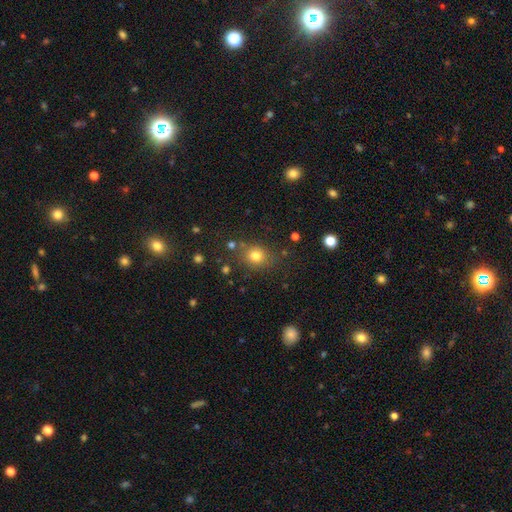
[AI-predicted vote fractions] smooth 79%, star or artifact 14%, featured or disk 7%. Down the decision tree: how rounded — round (74%); merging — none (78%).